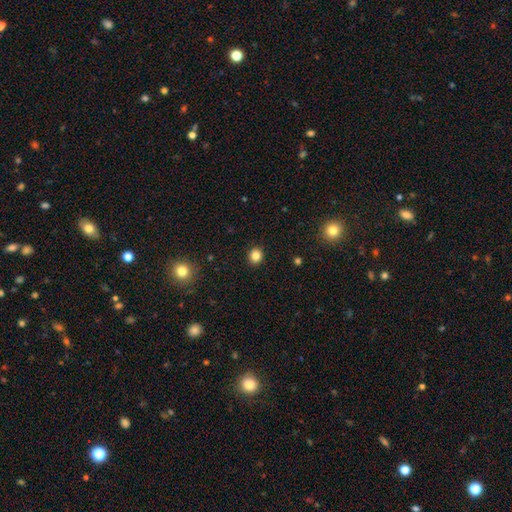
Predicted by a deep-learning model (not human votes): Smooth or featured?
  - smooth: 84% *
  - star or artifact: 12%
  - featured or disk: 4%
How rounded?
  - round: 82% *
  - in between: 17%
  - cigar-shaped: 1%
Merging?
  - none: 91% *
  - minor disturbance: 6%
  - major disturbance: 2%
  - merger: 1%